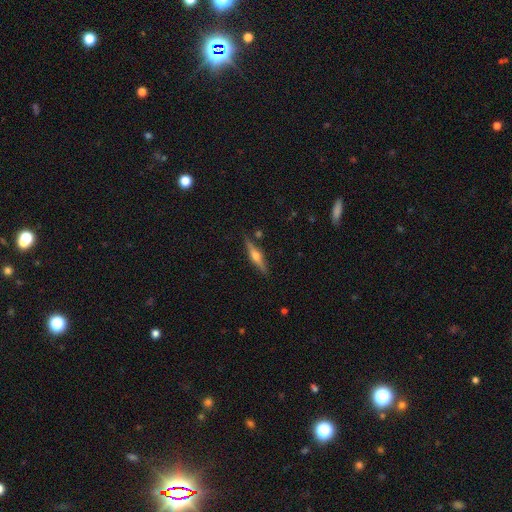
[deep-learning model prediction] Smooth or featured? Predicted: featured or disk (p=0.73). Edge-on disk? Predicted: yes (p=0.97). Edge-on bulge? Predicted: rounded (p=0.93). Merging? Predicted: none (p=0.86).